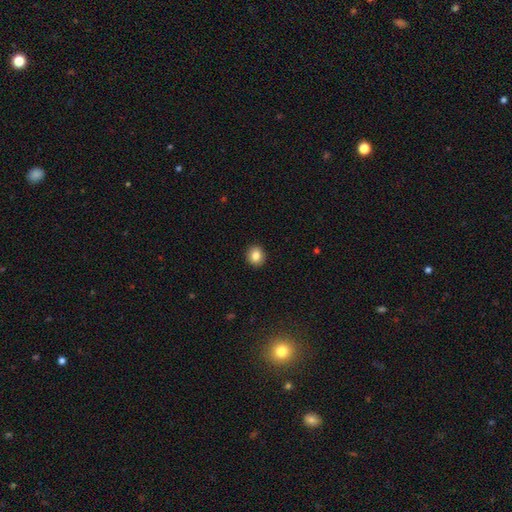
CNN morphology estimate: Q: Smooth or featured?
A: smooth (84%); runner-up: star or artifact (9%)
Q: How rounded?
A: round (82%); runner-up: in between (17%)
Q: Merging?
A: none (92%); runner-up: minor disturbance (5%)